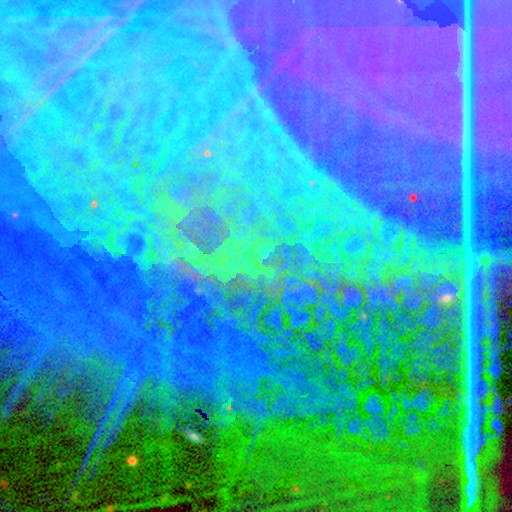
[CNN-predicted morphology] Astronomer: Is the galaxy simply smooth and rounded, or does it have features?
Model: star or artifact — 83%.